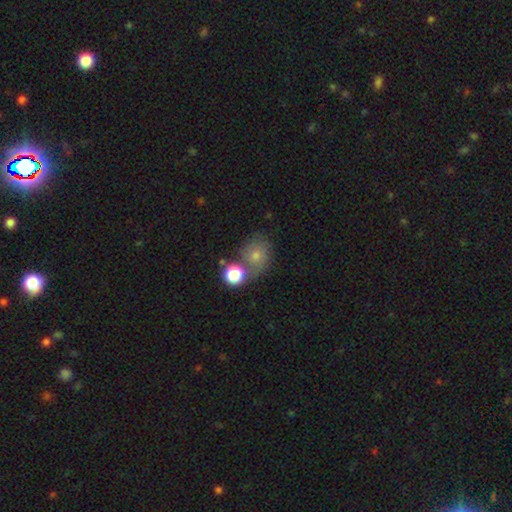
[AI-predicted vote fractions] A smooth galaxy with no disk features (67%) that is round (68%). Merging: none (56%).